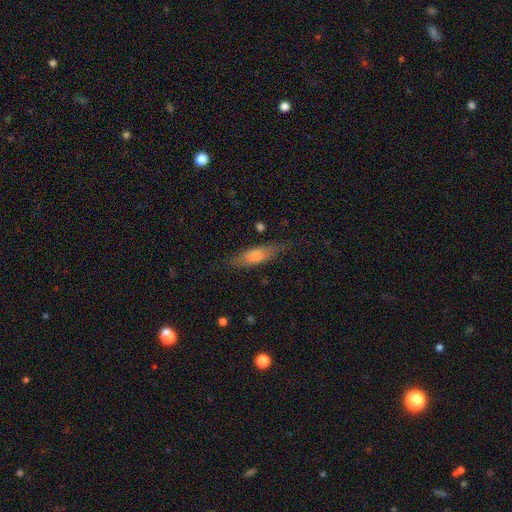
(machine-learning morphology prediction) Overall: smooth (69%). How rounded: cigar-shaped (52%; in between 46%). Merging: none (73%).